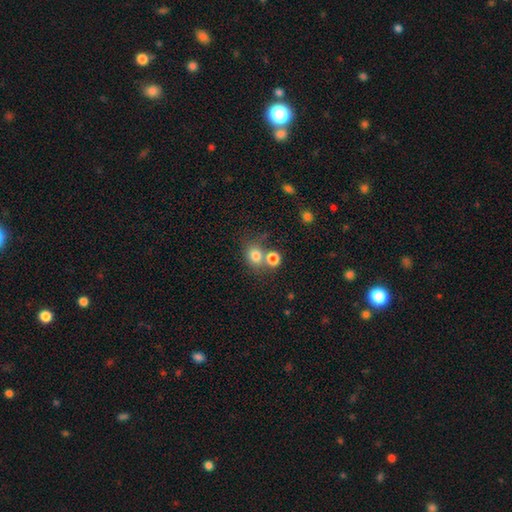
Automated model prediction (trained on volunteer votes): This is likely a smooth galaxy (78%). How rounded: likely round (71%). Merging: possibly none (53%).